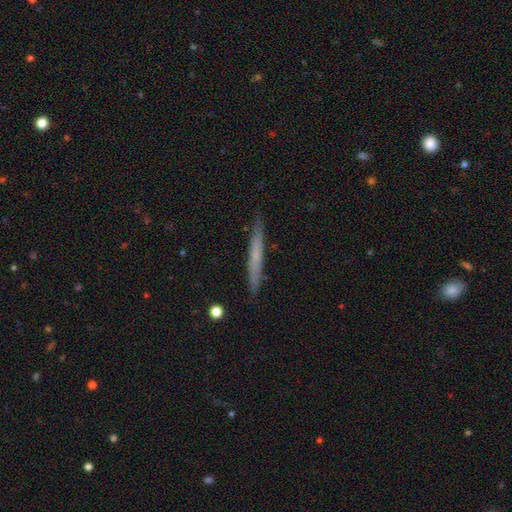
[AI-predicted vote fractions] A smooth galaxy with no disk features (52%) that is cigar-shaped (96%). Merging: none (89%).